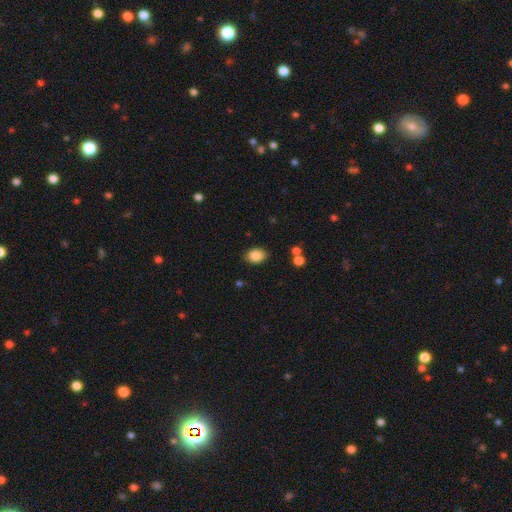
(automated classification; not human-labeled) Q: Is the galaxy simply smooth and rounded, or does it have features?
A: smooth — 87%.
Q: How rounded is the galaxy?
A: in between — 69%.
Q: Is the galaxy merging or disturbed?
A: none — 82%.